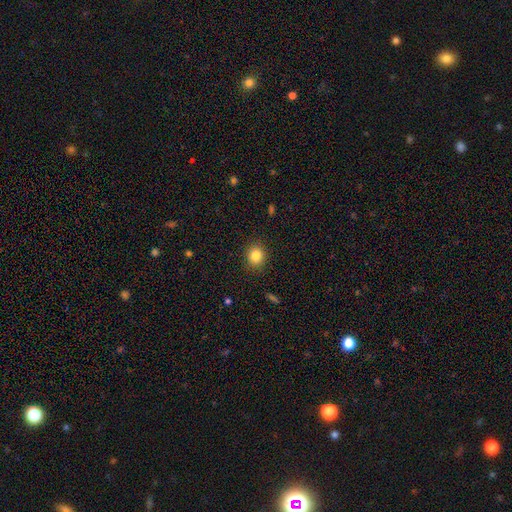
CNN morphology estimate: Overall: smooth (83%). How rounded: round (74%). Merging: none (90%).